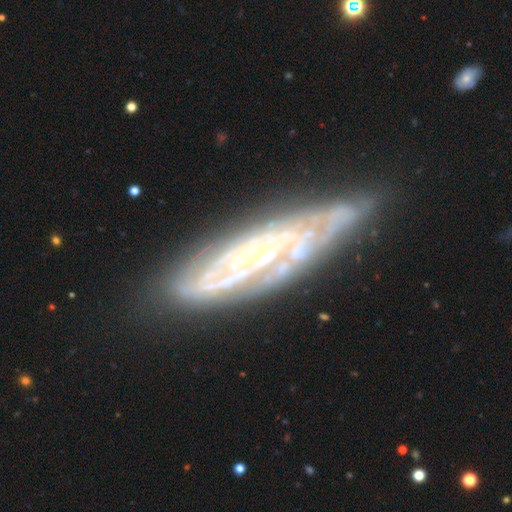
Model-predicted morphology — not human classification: Smooth or featured?
  - featured or disk: 82% *
  - smooth: 11%
  - star or artifact: 8%
Edge-on disk?
  - no: 73% *
  - yes: 27%
Bar?
  - no: 65% *
  - weak: 23%
  - strong: 12%
Spiral arms?
  - yes: 87% *
  - no: 13%
Spiral winding?
  - tight: 75% *
  - medium: 20%
  - loose: 5%
Spiral arm count?
  - can't tell: 51% *
  - 2: 21%
  - 3: 11%
  - 4: 6%
  - more than 4: 6%
  - 1: 5%
Bulge size?
  - small: 72% *
  - moderate: 17%
  - none: 7%
  - large: 2%
  - dominant: 1%
Merging?
  - none: 69% *
  - minor disturbance: 20%
  - major disturbance: 7%
  - merger: 3%